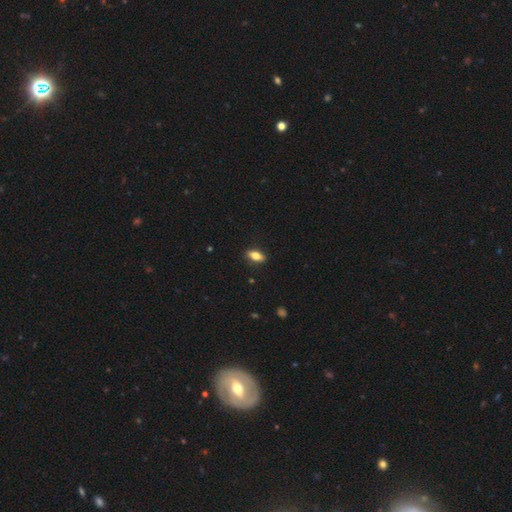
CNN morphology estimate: Overall: smooth (73%). How rounded: in between (79%). Merging: none (88%).